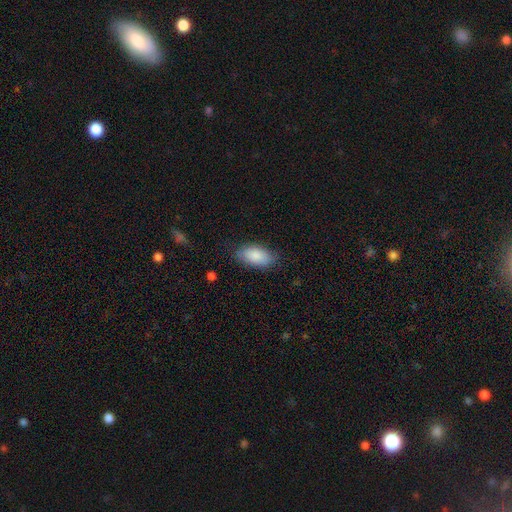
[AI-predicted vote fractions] This is clearly a smooth galaxy (87%). How rounded: clearly in between (93%). Merging: clearly none (81%).